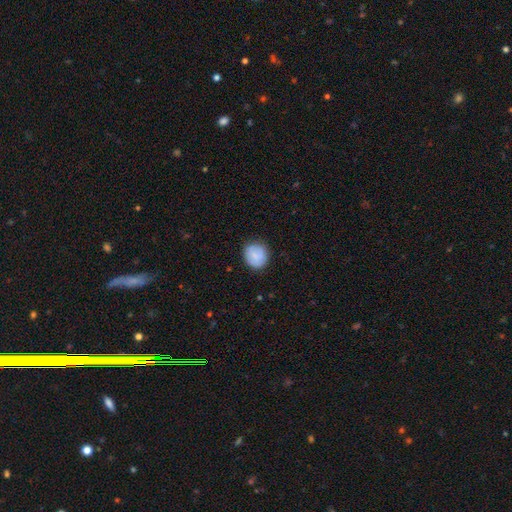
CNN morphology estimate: The model was most divided on "how rounded": round: 83%, in between: 16%, cigar-shaped: 1%. More confident: merging — none (84%); smooth or featured — smooth (83%).